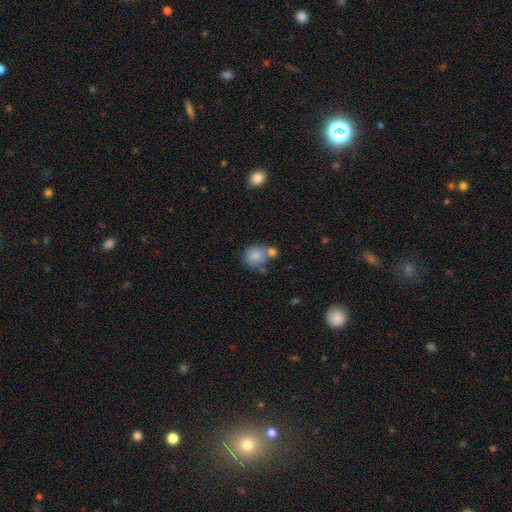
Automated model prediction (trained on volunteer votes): Overall: smooth (81%). How rounded: round (70%). Merging: none (43%; merger 33%).